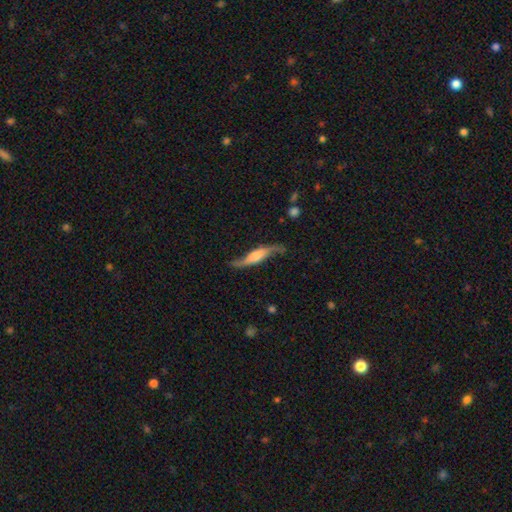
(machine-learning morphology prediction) Smooth or featured? Predicted: featured or disk (p=0.76). Edge-on disk? Predicted: no (p=0.56). Merging? Predicted: none (p=0.70).